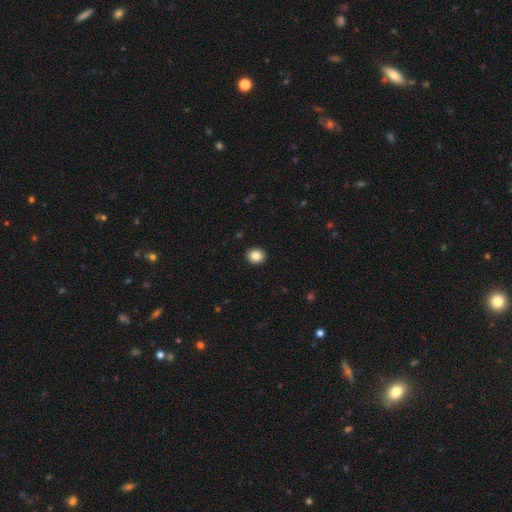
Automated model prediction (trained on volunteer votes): Smooth or featured? smooth (86%)
How rounded? round (71%)
Merging? none (92%)